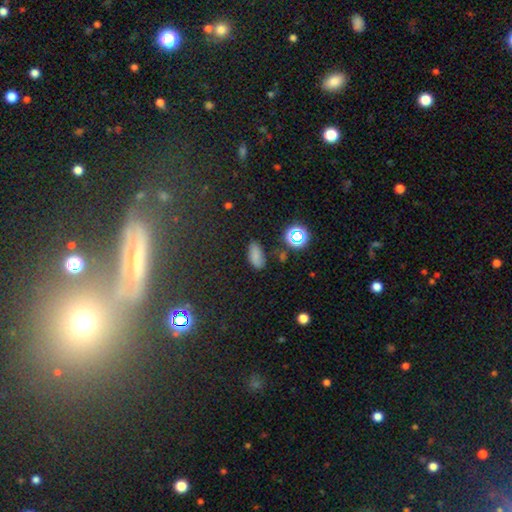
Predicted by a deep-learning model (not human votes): Overall: smooth (73%). How rounded: in between (87%). Merging: none (76%).